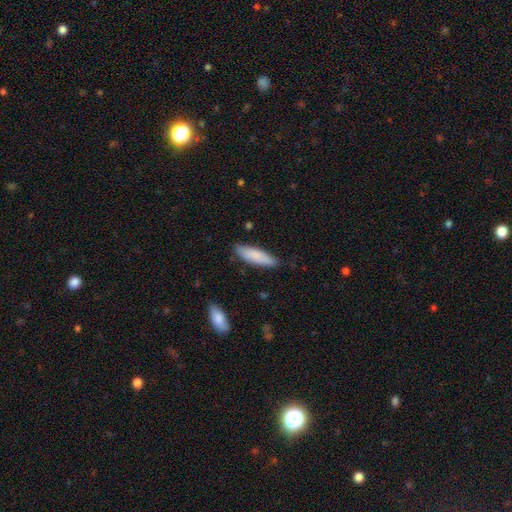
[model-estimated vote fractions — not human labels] Smooth or featured? smooth (82%)
How rounded? cigar-shaped (58%)
Merging? none (81%)